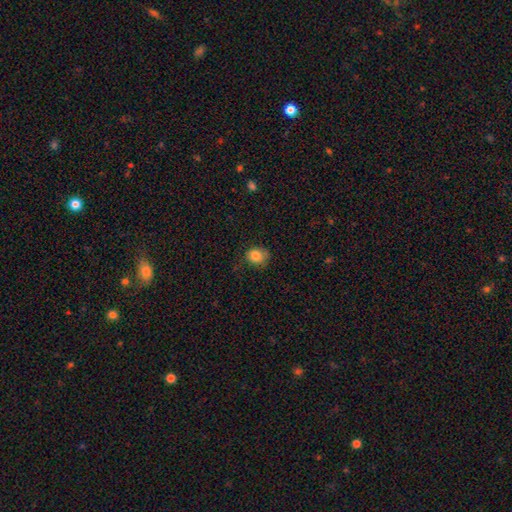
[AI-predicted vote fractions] Overall: smooth (83%). How rounded: round (70%). Merging: none (70%).